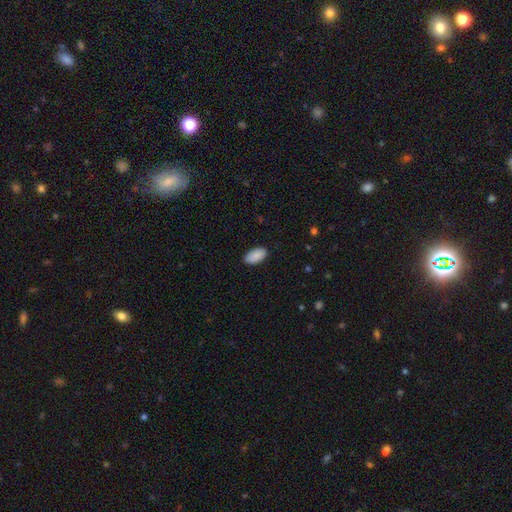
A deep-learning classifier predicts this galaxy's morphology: type=smooth (90%); roundness=in between (95%); merging=none (87%).